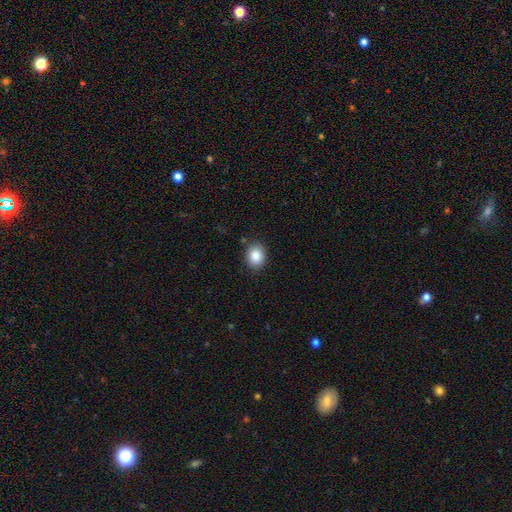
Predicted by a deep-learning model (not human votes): This is clearly a smooth galaxy (87%). How rounded: possibly in between (52%). Merging: clearly none (87%).